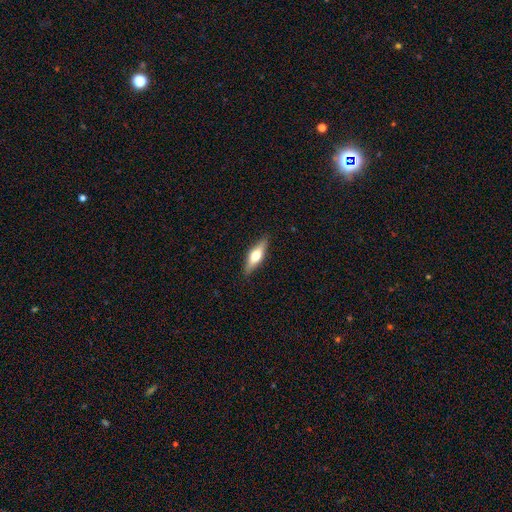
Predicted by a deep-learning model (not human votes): Q: Smooth or featured?
A: featured or disk (48%); runner-up: smooth (46%)
Q: Merging?
A: none (88%); runner-up: minor disturbance (9%)